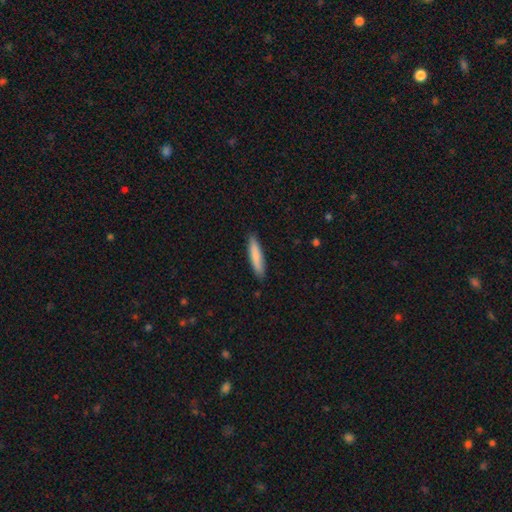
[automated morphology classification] This appears to be a smooth galaxy with no disk features (83%) that is cigar-shaped (86%). Merging: none (88%).